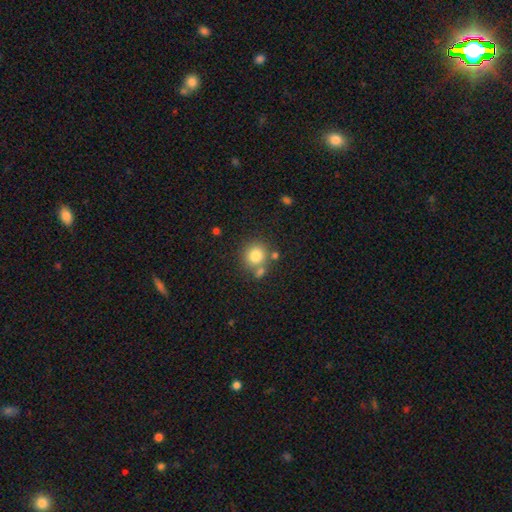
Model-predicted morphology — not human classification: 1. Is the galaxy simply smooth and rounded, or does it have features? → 80% smooth, 11% star or artifact, 9% featured or disk.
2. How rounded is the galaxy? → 87% round, 12% in between, 1% cigar-shaped.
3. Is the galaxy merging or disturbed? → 67% none, 18% merger, 11% minor disturbance, 4% major disturbance.